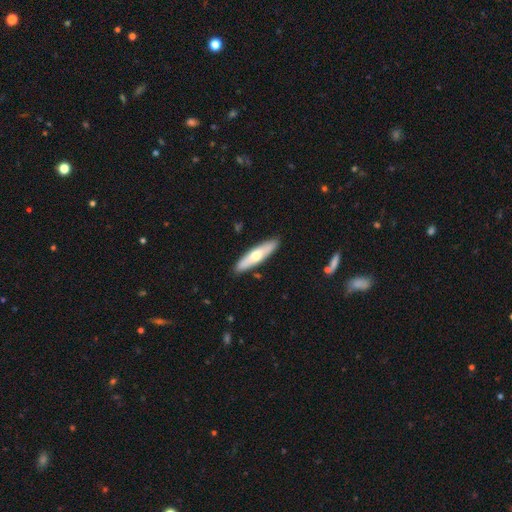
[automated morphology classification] This appears to be a smooth galaxy with no disk features (54%) that is cigar-shaped (72%). Merging: none (89%).